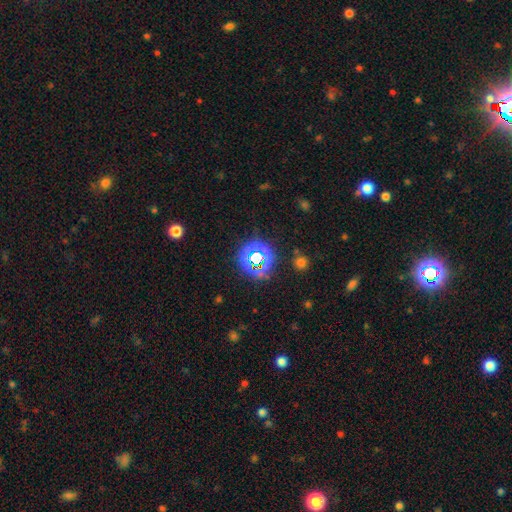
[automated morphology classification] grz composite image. It shows a star or artifact, not a galaxy (70%).